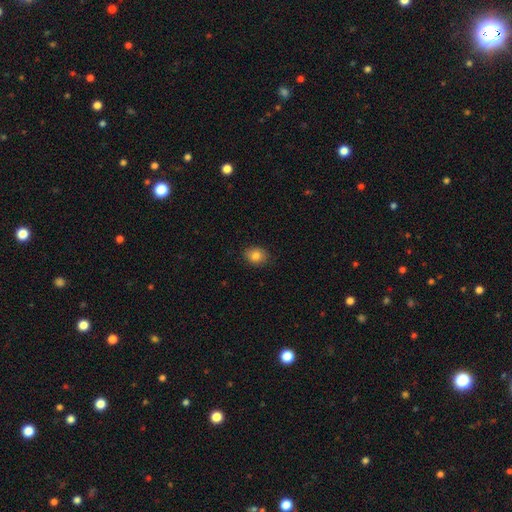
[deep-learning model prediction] Smooth or featured? Predicted: smooth (p=0.83). How rounded? Predicted: round (p=0.52). Merging? Predicted: none (p=0.87).